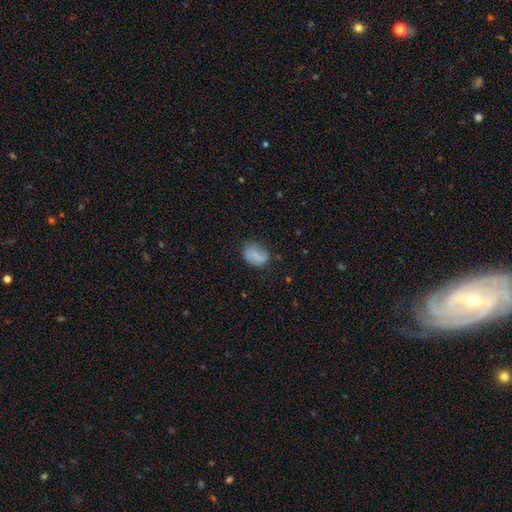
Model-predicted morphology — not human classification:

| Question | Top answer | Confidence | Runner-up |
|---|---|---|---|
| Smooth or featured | smooth | 71% | featured or disk (21%) |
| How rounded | in between | 76% | round (22%) |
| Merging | none | 61% | minor disturbance (29%) |